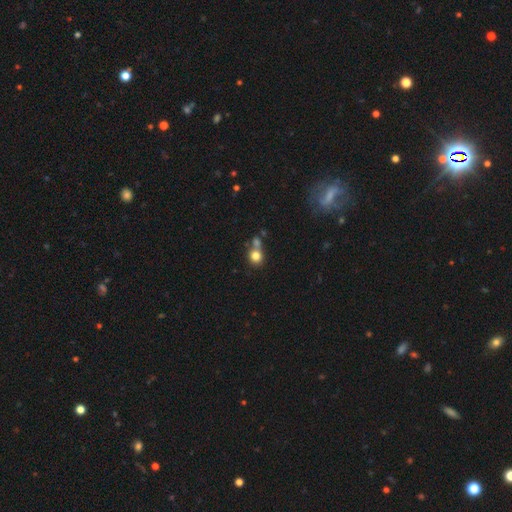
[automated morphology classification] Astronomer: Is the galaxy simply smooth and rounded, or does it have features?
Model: smooth — 80%.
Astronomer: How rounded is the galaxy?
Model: round — 82%.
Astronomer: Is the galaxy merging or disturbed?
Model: none — 52% (runner-up: merger, 33%).